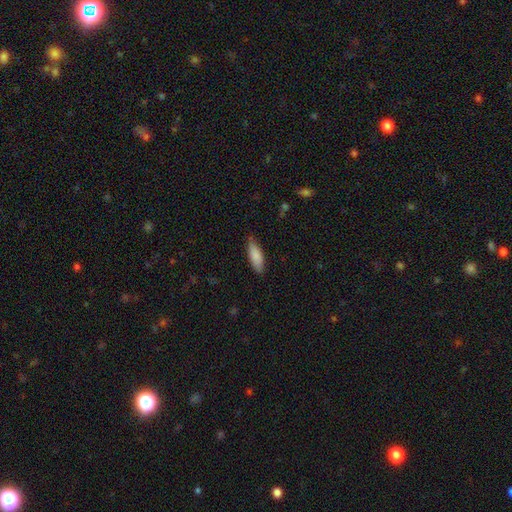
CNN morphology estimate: Smooth or featured: smooth — 87% (featured or disk — 8%)
How rounded: in between — 67% (cigar-shaped — 31%)
Merging: none — 79% (minor disturbance — 17%)